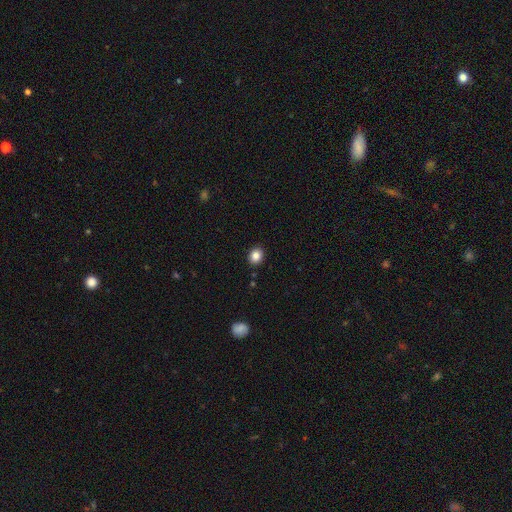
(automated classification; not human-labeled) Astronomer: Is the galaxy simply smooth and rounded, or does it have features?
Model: smooth — 86%.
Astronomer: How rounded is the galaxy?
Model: round — 61% (runner-up: in between, 38%).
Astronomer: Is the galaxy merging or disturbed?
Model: none — 90%.